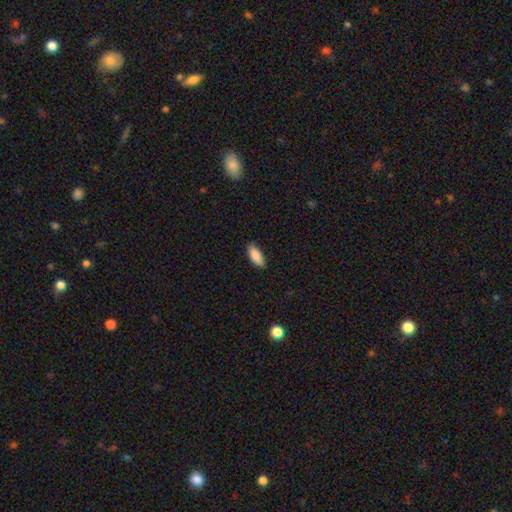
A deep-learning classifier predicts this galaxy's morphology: This is clearly a smooth galaxy (88%). How rounded: clearly in between (84%). Merging: clearly none (86%).